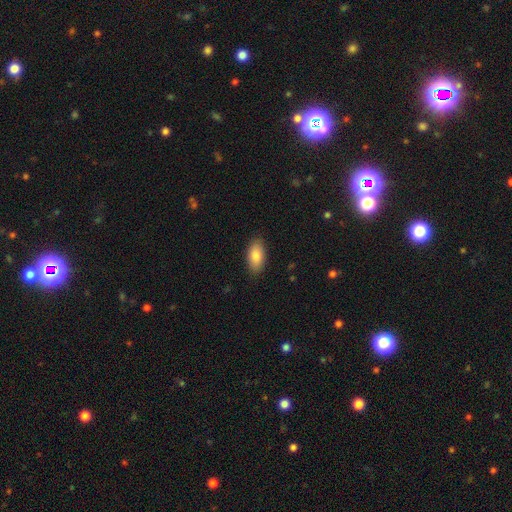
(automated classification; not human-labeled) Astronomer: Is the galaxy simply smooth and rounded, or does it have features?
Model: smooth — 85%.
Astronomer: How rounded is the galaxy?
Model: in between — 91%.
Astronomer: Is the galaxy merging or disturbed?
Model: none — 87%.